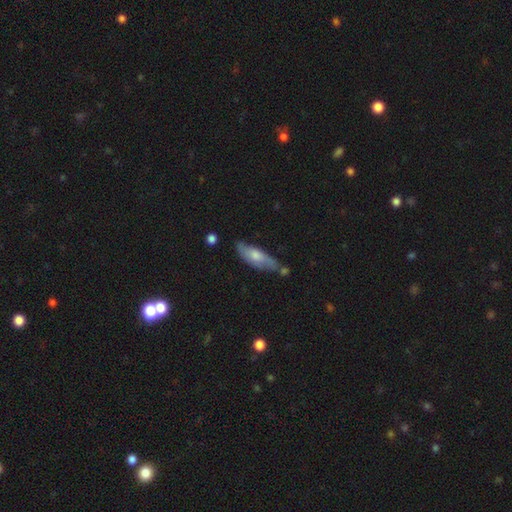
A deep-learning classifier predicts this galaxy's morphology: This appears to be a smooth galaxy with no disk features (55%) that is in between round and cigar-shaped (56%). Merging: none (59%).